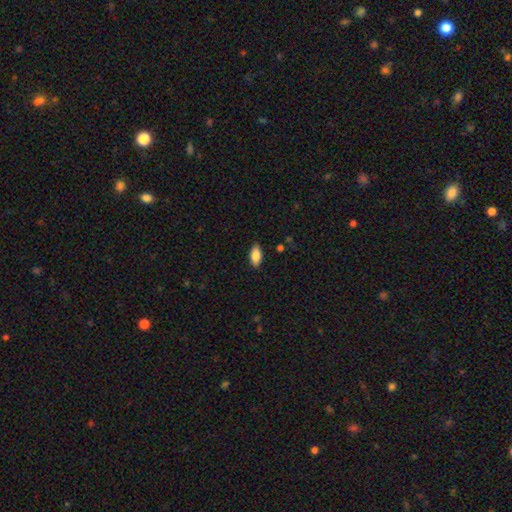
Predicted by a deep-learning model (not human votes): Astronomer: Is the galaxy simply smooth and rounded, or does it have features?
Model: smooth — 86%.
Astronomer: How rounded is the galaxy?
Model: in between — 90%.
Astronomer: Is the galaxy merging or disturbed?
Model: none — 86%.